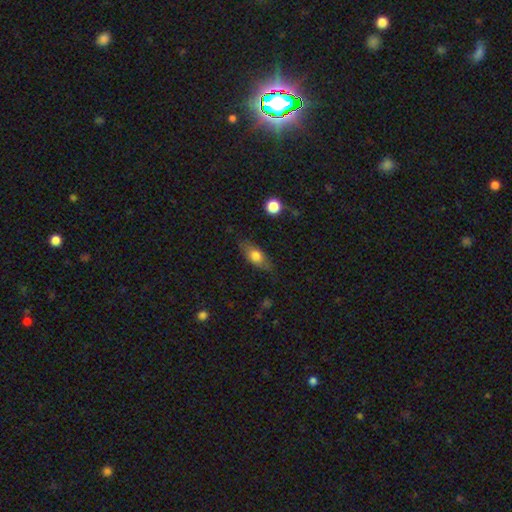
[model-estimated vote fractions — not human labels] Q: Smooth or featured?
A: smooth (66%); runner-up: featured or disk (27%)
Q: How rounded?
A: in between (75%); runner-up: cigar-shaped (19%)
Q: Merging?
A: none (75%); runner-up: minor disturbance (18%)